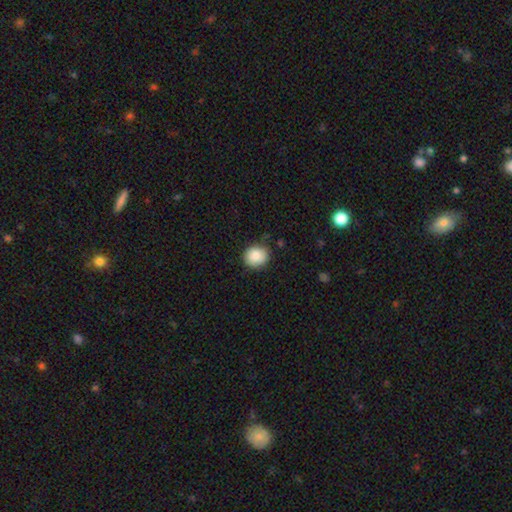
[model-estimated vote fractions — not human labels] Q: Smooth or featured?
A: smooth (87%); runner-up: star or artifact (8%)
Q: How rounded?
A: round (83%); runner-up: in between (16%)
Q: Merging?
A: none (83%); runner-up: minor disturbance (13%)